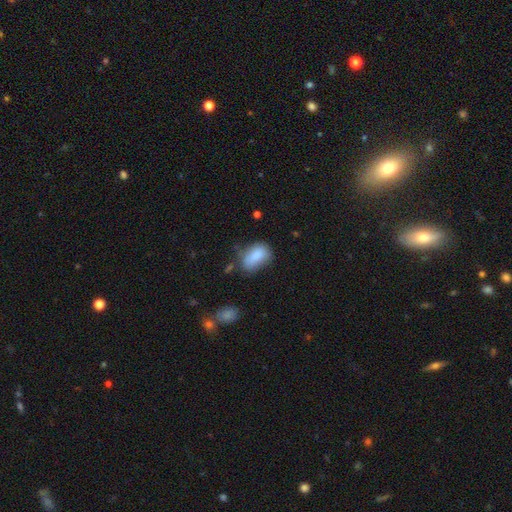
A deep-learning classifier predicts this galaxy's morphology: Q: Smooth or featured?
A: smooth (84%); runner-up: featured or disk (8%)
Q: How rounded?
A: in between (89%); runner-up: round (10%)
Q: Merging?
A: none (48%); runner-up: minor disturbance (34%)